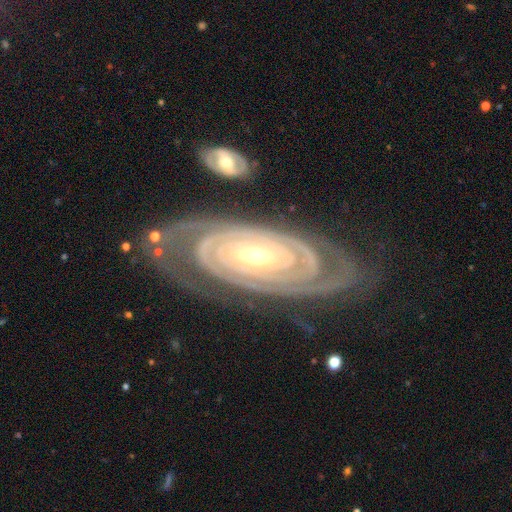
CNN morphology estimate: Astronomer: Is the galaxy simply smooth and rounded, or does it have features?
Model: featured or disk — 91%.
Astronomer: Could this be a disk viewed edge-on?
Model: no — 94%.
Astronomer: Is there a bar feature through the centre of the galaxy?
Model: no — 62%.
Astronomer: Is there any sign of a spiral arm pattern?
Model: yes — 97%.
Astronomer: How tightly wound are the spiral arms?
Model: tight — 87%.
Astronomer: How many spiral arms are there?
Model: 2 — 43% (runner-up: can't tell, 21%).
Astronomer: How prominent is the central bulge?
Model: small — 61%.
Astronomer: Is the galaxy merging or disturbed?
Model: none — 75%.